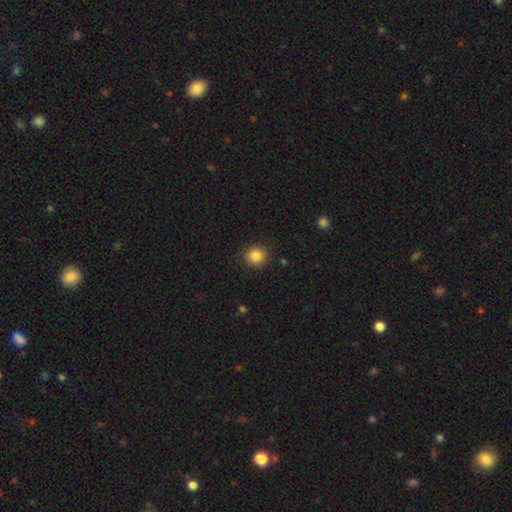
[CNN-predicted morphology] Overall: smooth (85%). How rounded: round (91%). Merging: none (91%).